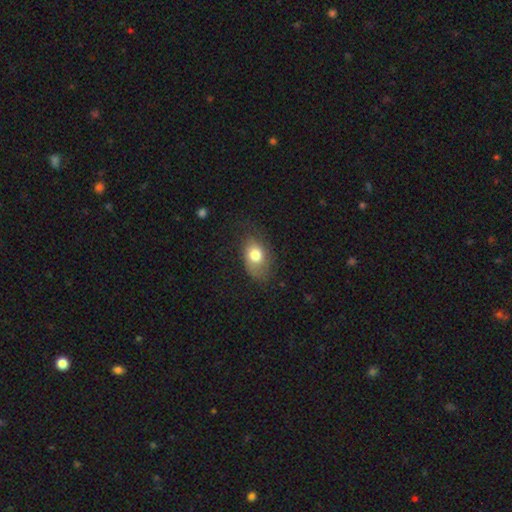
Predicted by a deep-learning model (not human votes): Smooth or featured? Predicted: smooth (p=0.72). How rounded? Predicted: in between (p=0.81). Merging? Predicted: none (p=0.61).